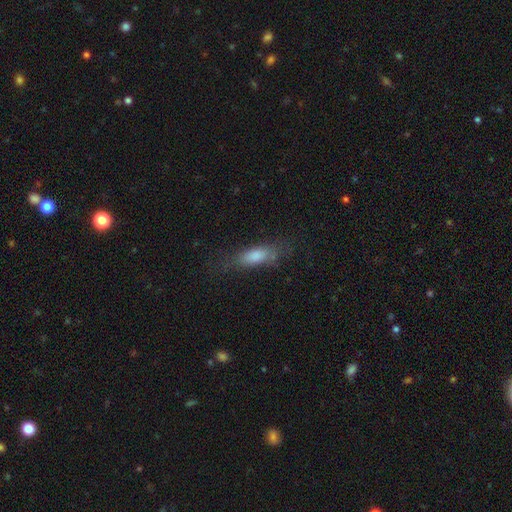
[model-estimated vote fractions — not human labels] Q: Smooth or featured?
A: smooth (70%); runner-up: featured or disk (21%)
Q: How rounded?
A: in between (51%); runner-up: cigar-shaped (46%)
Q: Merging?
A: none (65%); runner-up: minor disturbance (22%)